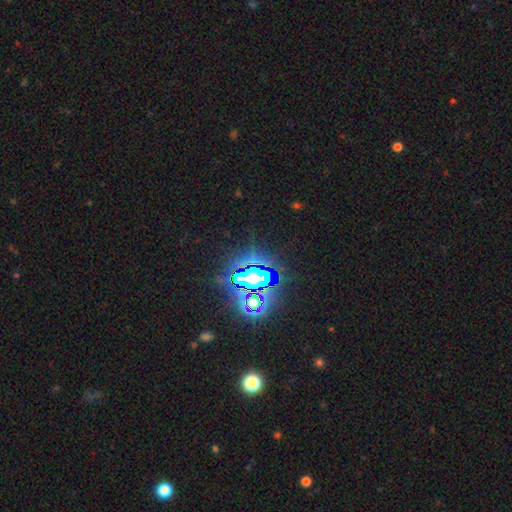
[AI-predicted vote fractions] Smooth or featured: star or artifact — 84% (smooth — 10%)